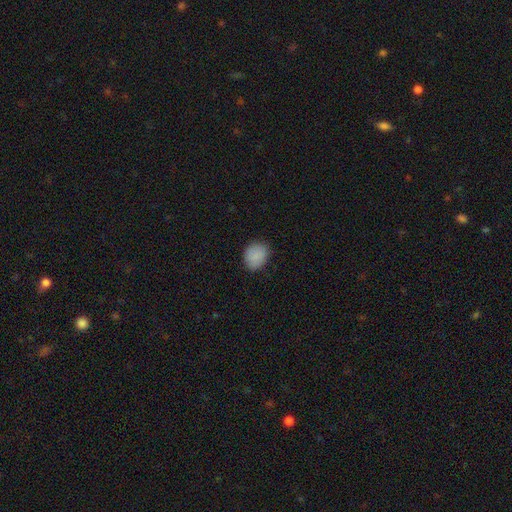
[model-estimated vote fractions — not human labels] The model was most divided on "how rounded": round: 54%, in between: 45%, cigar-shaped: 1%. More confident: smooth or featured — smooth (87%); merging — none (81%).